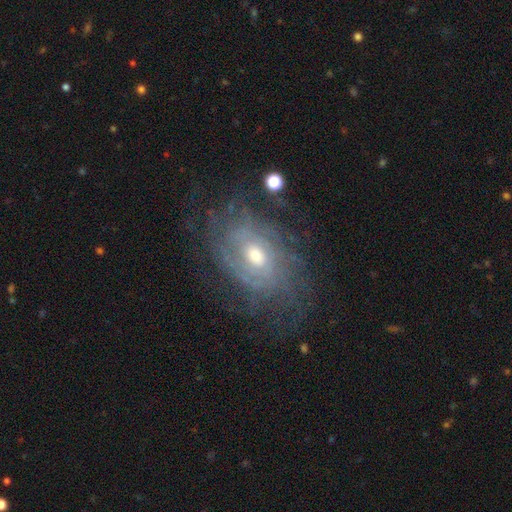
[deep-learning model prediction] A featured or disk galaxy (82%) with no bar (67%), tight (68%) spiral arms (88%) and a moderate central bulge (61%). Merging: none (67%).